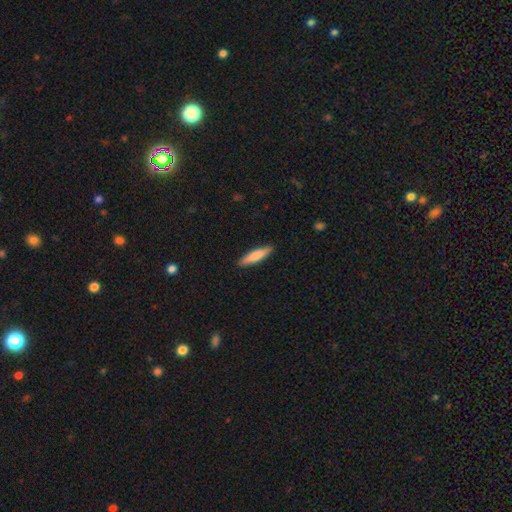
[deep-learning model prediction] Smooth or featured: smooth — 80% (featured or disk — 15%)
How rounded: cigar-shaped — 78% (in between — 21%)
Merging: none — 90% (minor disturbance — 7%)